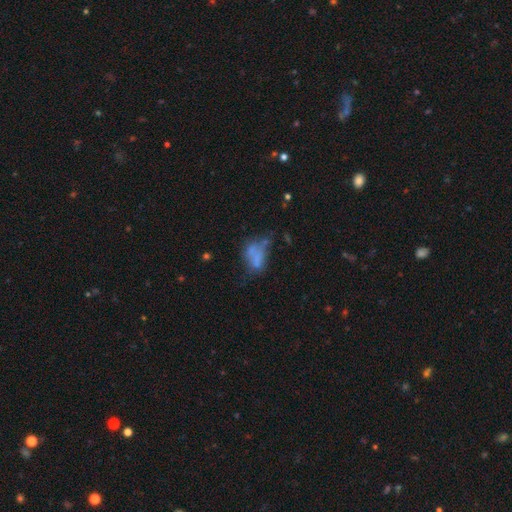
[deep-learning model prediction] smooth 50%, featured or disk 34%, star or artifact 15%. Down the decision tree: how rounded — in between (83%); merging — none (28%, tied with major disturbance).